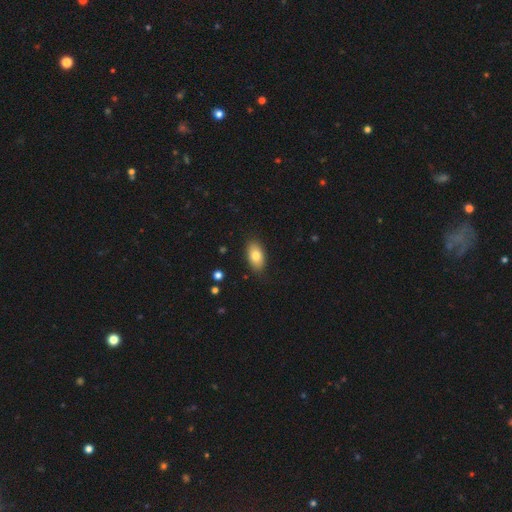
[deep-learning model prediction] The model was most divided on "smooth or featured": smooth: 79%, featured or disk: 14%, star or artifact: 7%. More confident: how rounded — in between (92%); merging — none (85%).